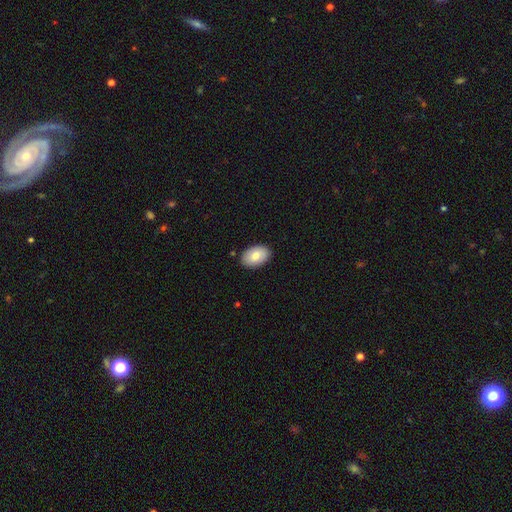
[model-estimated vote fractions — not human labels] A smooth galaxy with no disk features (79%) that is in between round and cigar-shaped (91%).

Vote fractions:
- Smooth or featured? smooth: 79% / featured or disk: 15% / star or artifact: 6%
- How rounded? in between: 91% / round: 7% / cigar-shaped: 1%
- Merging? none: 87% / minor disturbance: 10% / major disturbance: 2% / merger: 1%